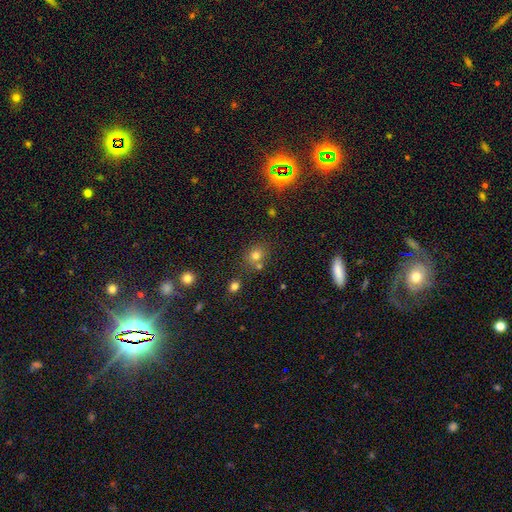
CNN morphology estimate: Q: Smooth or featured?
A: smooth (73%); runner-up: star or artifact (17%)
Q: How rounded?
A: round (74%); runner-up: in between (25%)
Q: Merging?
A: none (63%); runner-up: merger (22%)